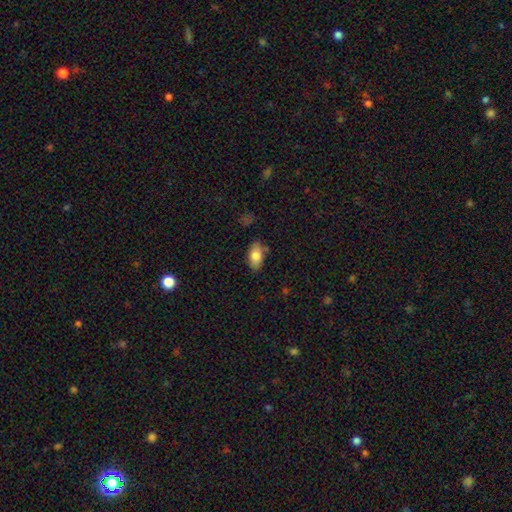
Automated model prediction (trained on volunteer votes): Q: Smooth or featured?
A: smooth (81%); runner-up: featured or disk (12%)
Q: How rounded?
A: in between (92%); runner-up: round (6%)
Q: Merging?
A: none (76%); runner-up: minor disturbance (17%)